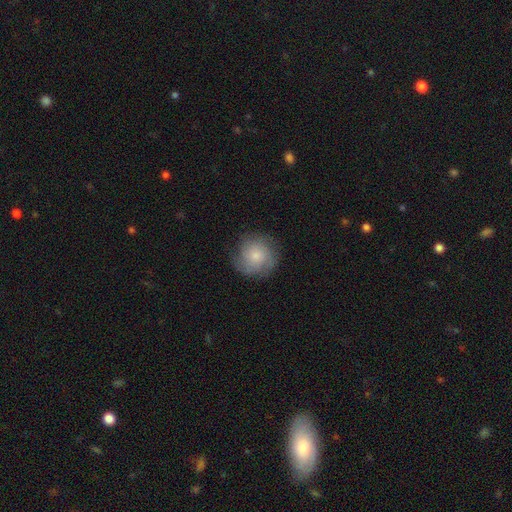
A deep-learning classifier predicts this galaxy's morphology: Smooth or featured?
  - smooth: 64% *
  - featured or disk: 29%
  - star or artifact: 7%
How rounded?
  - round: 92% *
  - in between: 7%
  - cigar-shaped: 1%
Merging?
  - none: 74% *
  - minor disturbance: 18%
  - major disturbance: 7%
  - merger: 1%